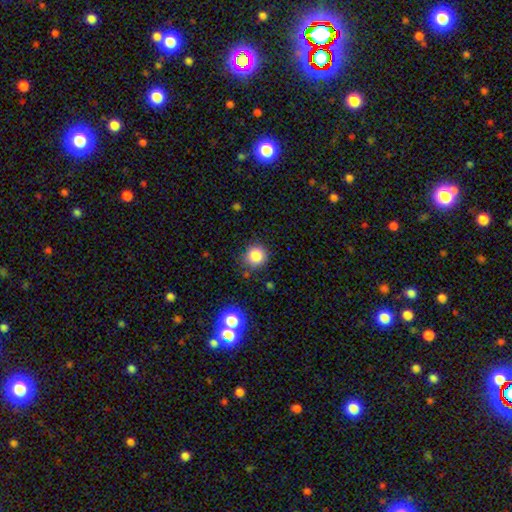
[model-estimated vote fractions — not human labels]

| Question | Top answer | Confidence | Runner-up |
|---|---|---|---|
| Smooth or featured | smooth | 83% | star or artifact (12%) |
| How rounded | round | 92% | in between (7%) |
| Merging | none | 83% | minor disturbance (11%) |